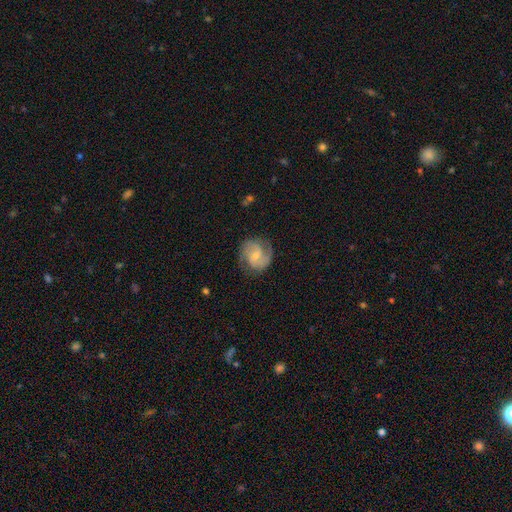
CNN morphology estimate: The model was most divided on "bar": weak: 45%, no: 44%, strong: 11%. More confident: edge-on disk — no (98%); spiral arms — yes (95%); spiral arm count — 2 (82%); smooth or featured — featured or disk (78%); merging — none (76%); bulge size — small (63%); spiral winding — medium (51%).